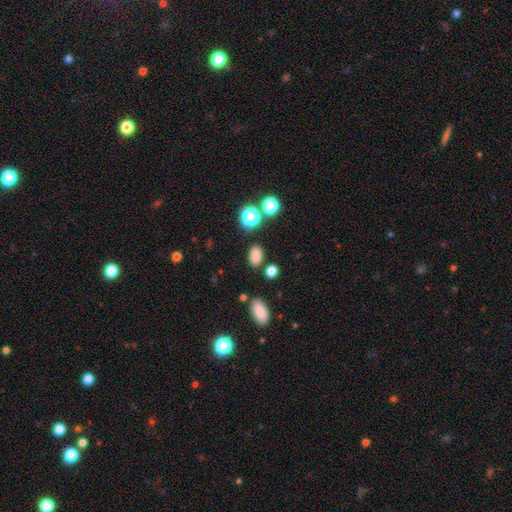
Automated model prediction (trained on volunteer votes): Smooth or featured? smooth (82%)
How rounded? in between (84%)
Merging? none (82%)